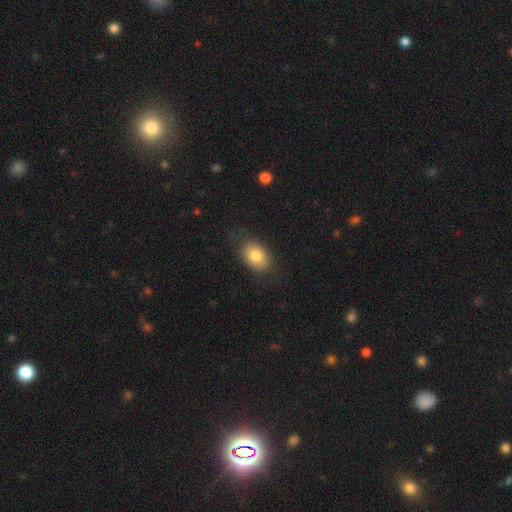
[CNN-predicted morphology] A smooth galaxy with no disk features (80%) that is in between round and cigar-shaped (83%).

Vote fractions:
- Smooth or featured? smooth: 80% / featured or disk: 12% / star or artifact: 8%
- How rounded? in between: 83% / round: 16% / cigar-shaped: 1%
- Merging? none: 77% / minor disturbance: 16% / major disturbance: 5% / merger: 1%